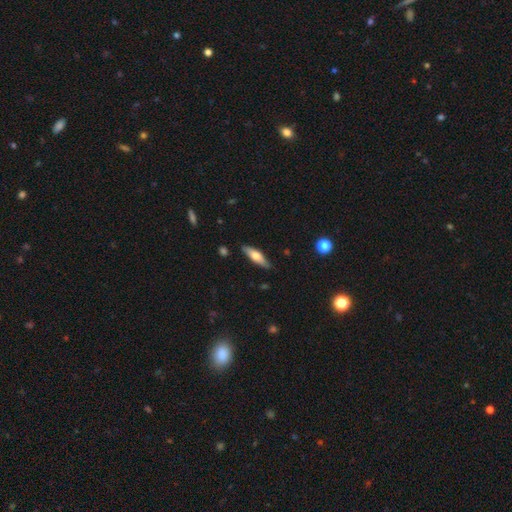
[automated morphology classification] The model was most divided on "how rounded": cigar-shaped: 58%, in between: 40%, round: 2%. More confident: merging — none (84%); smooth or featured — smooth (57%).